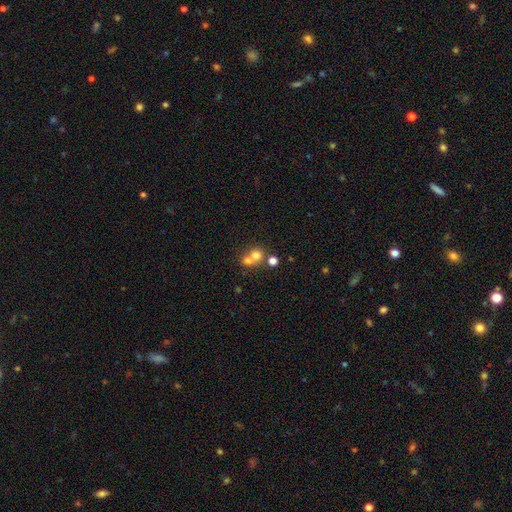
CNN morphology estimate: Smooth or featured? smooth (69%)
How rounded? round (84%)
Merging? merger (54%)